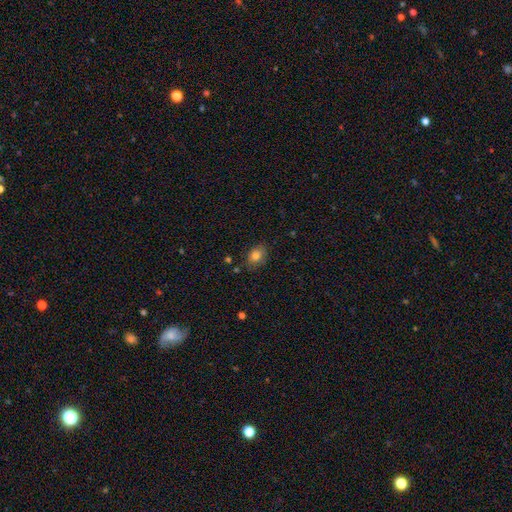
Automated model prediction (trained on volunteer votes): smooth_or_featured: smooth (p=0.81) [alt: star or artifact p=0.10]
how_rounded: in between (p=0.69) [alt: round p=0.30]
merging: none (p=0.80) [alt: minor disturbance p=0.15]